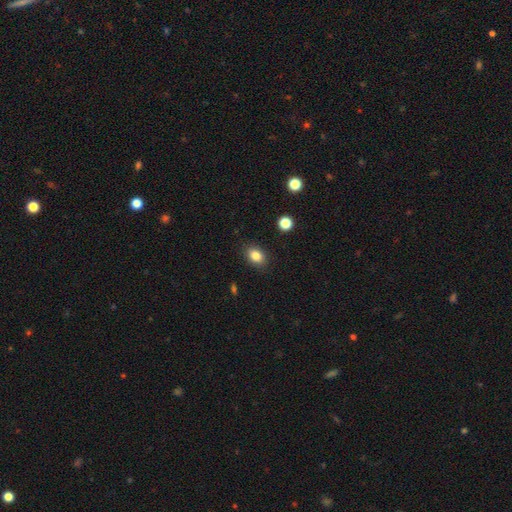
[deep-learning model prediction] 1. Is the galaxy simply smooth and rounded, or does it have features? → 84% smooth, 10% star or artifact, 6% featured or disk.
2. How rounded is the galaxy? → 70% in between, 28% round, 1% cigar-shaped.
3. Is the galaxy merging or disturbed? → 87% none, 9% minor disturbance, 2% major disturbance, 1% merger.